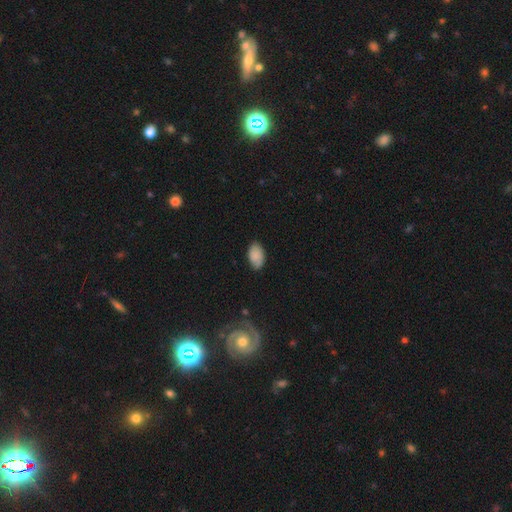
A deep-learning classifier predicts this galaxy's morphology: Q: Smooth or featured?
A: smooth (87%); runner-up: star or artifact (7%)
Q: How rounded?
A: in between (94%); runner-up: round (5%)
Q: Merging?
A: none (80%); runner-up: minor disturbance (16%)